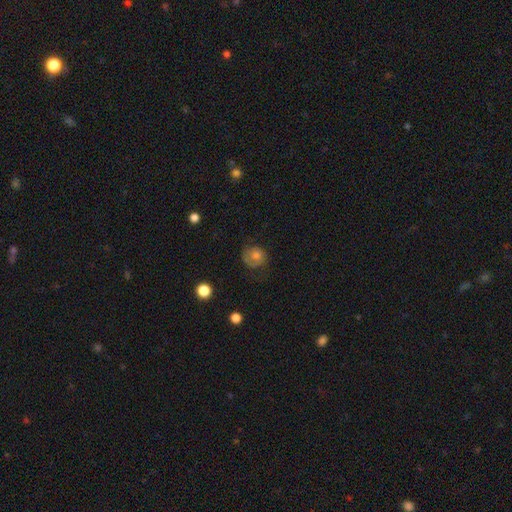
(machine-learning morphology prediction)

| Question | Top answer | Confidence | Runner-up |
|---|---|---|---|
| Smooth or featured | smooth | 60% | featured or disk (29%) |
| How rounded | round | 78% | in between (21%) |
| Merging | none | 61% | minor disturbance (23%) |